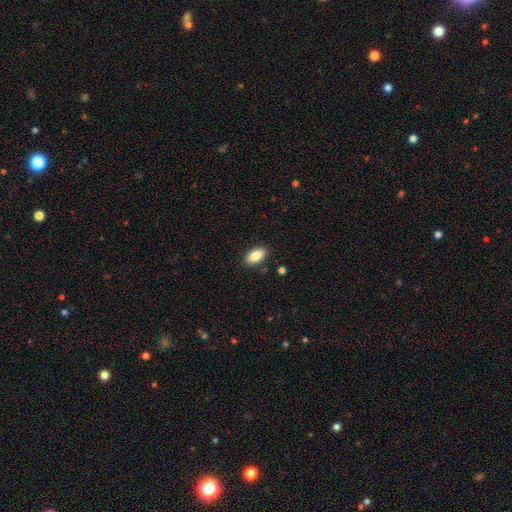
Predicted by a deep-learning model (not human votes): This appears to be a smooth galaxy with no disk features (85%) that is in between round and cigar-shaped (92%). Merging: none (88%).